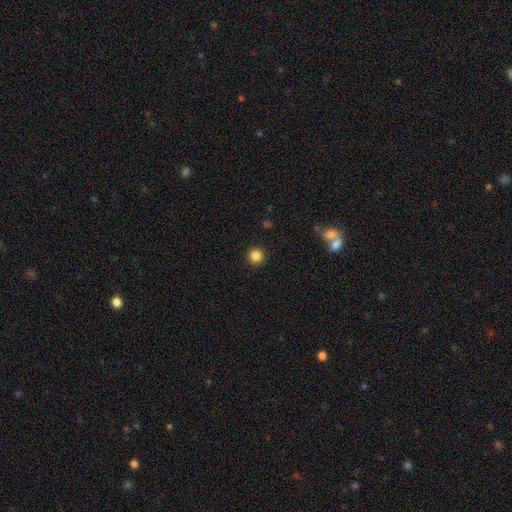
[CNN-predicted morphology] The model was most divided on "smooth or featured": smooth: 85%, star or artifact: 11%, featured or disk: 4%. More confident: how rounded — round (95%); merging — none (92%).